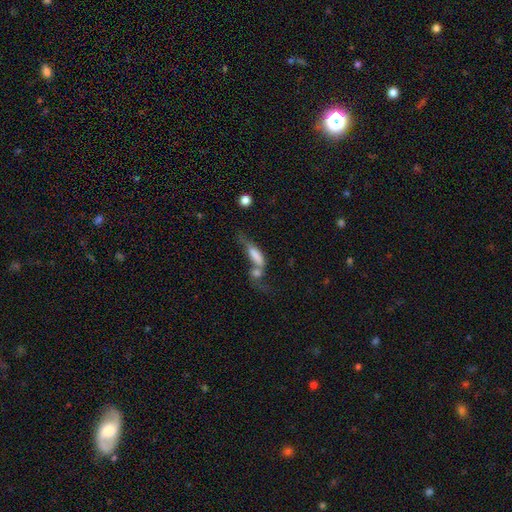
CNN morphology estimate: This is likely a smooth galaxy (61%). How rounded: possibly in between (50%). Merging: possibly merger (56%).